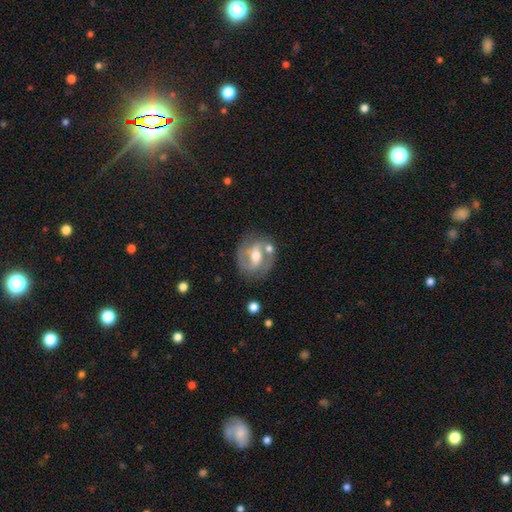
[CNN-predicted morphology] A featured or disk galaxy (77%) with a strong bar (42%), 2 (83%) medium (49%) spiral arms (79%) and a moderate central bulge (73%). Merging: none (71%).